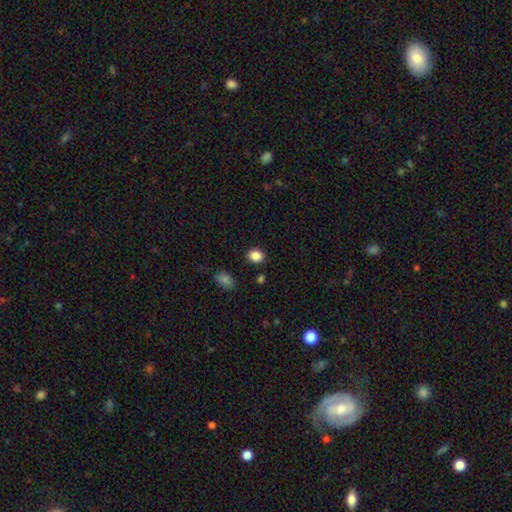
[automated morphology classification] The model was most divided on "how rounded": round: 59%, in between: 40%, cigar-shaped: 1%. More confident: merging — none (87%); smooth or featured — smooth (86%).